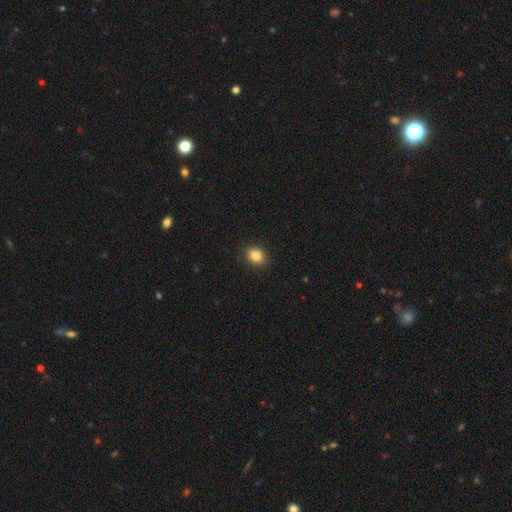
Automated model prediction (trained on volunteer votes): This is clearly a smooth galaxy (85%). How rounded: possibly in between (57%). Merging: clearly none (89%).